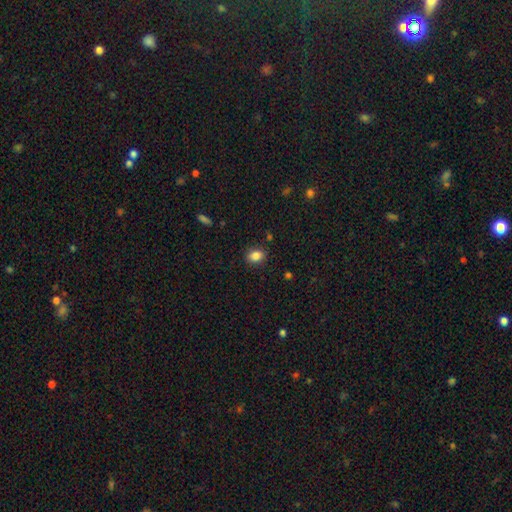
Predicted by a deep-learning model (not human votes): Morphology: type=smooth (85%); roundness=in between (62%); merging=none (87%).